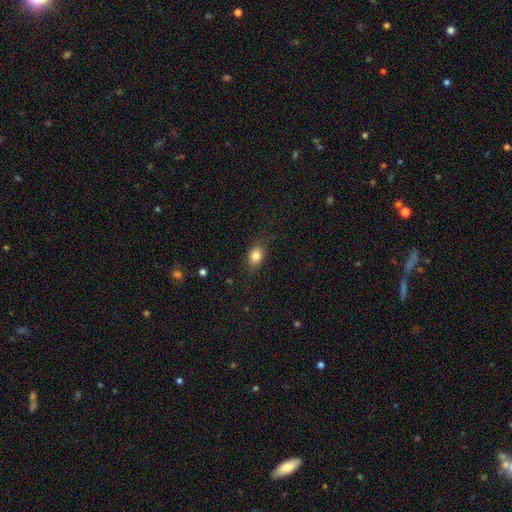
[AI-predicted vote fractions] A smooth galaxy with no disk features (83%) that is in between round and cigar-shaped (72%). Merging: none (79%).